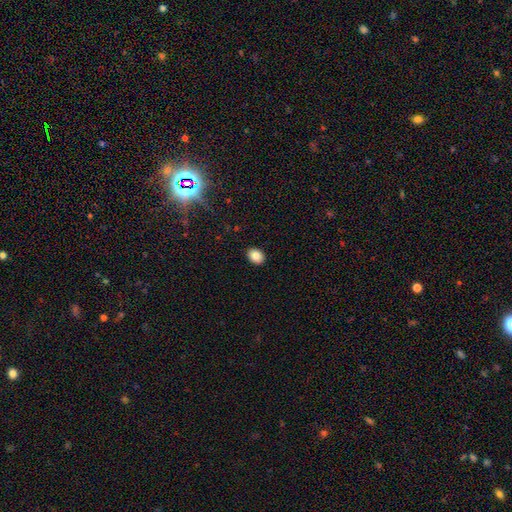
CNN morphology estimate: Smooth or featured: smooth — 84% (star or artifact — 9%)
How rounded: in between — 64% (round — 36%)
Merging: none — 90% (minor disturbance — 7%)